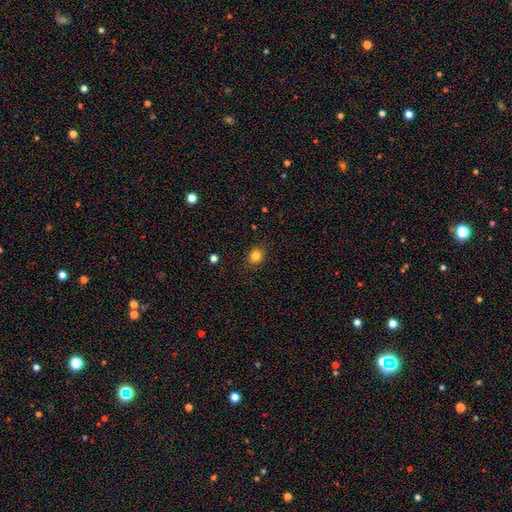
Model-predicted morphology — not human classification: Smooth or featured? Predicted: smooth (p=0.82). How rounded? Predicted: round (p=0.65). Merging? Predicted: none (p=0.88).